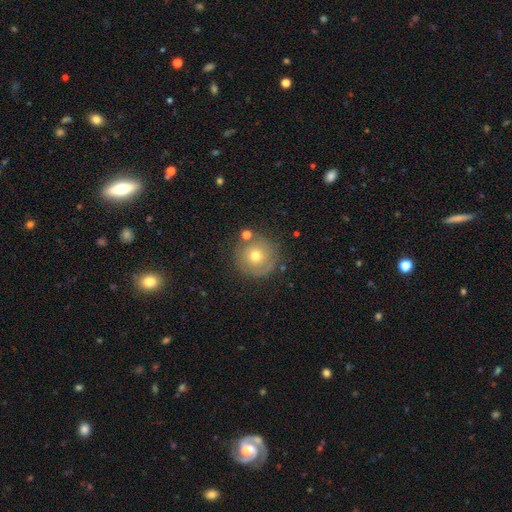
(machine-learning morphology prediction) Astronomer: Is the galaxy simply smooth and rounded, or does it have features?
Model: smooth — 61%.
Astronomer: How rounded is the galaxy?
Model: round — 95%.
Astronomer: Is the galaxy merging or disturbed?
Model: none — 77%.